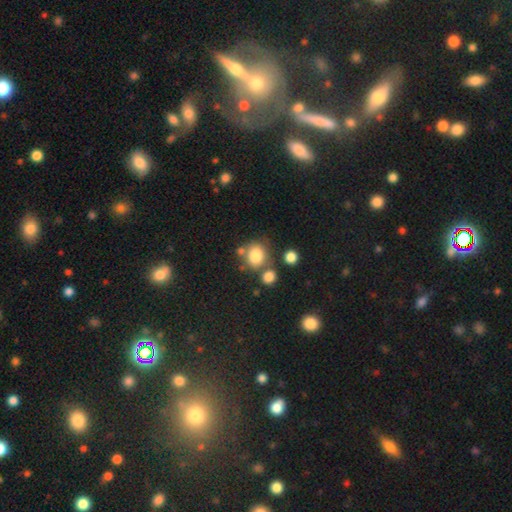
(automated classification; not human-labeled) This is clearly a smooth galaxy (81%). How rounded: likely round (67%). Merging: possibly none (60%).